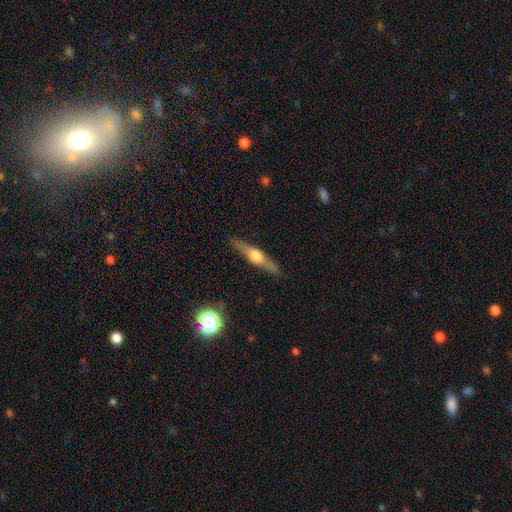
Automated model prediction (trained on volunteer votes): Smooth or featured? featured or disk (68%)
Edge-on disk? yes (95%)
Edge-on bulge? rounded (92%)
Merging? none (88%)